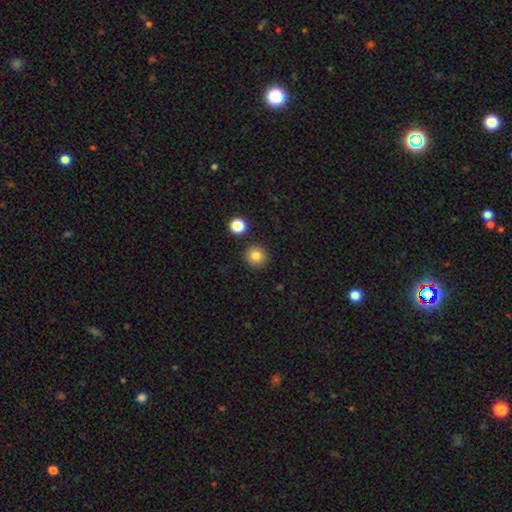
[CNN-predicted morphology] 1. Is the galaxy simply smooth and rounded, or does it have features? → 83% smooth, 11% star or artifact, 5% featured or disk.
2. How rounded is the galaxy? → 94% round, 5% in between, 1% cigar-shaped.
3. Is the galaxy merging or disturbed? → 90% none, 5% minor disturbance, 3% merger, 2% major disturbance.